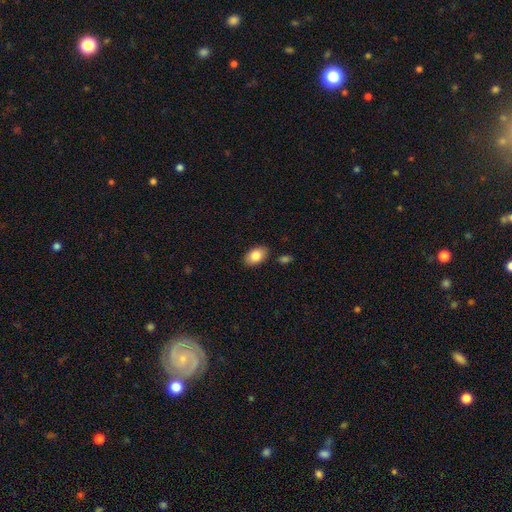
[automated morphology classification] Overall: smooth (86%). How rounded: in between (90%). Merging: none (85%).